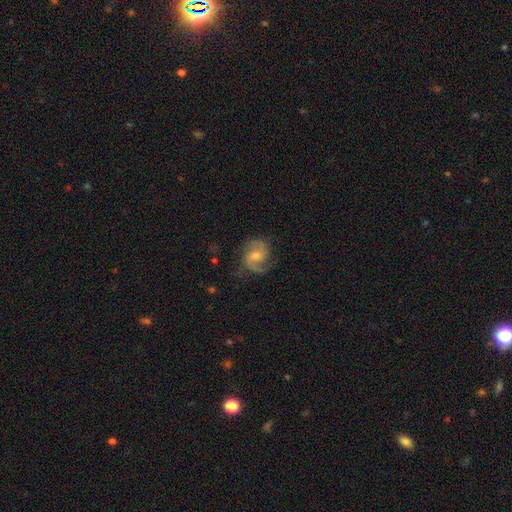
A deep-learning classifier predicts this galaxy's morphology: featured or disk 79%, smooth 14%, star or artifact 6%. Down the decision tree: edge-on disk — no (98%); bar — no (53%); spiral arms — yes (95%); spiral arm count — 2 (85%); spiral winding — medium (52%); bulge size — moderate (50%); merging — none (72%).